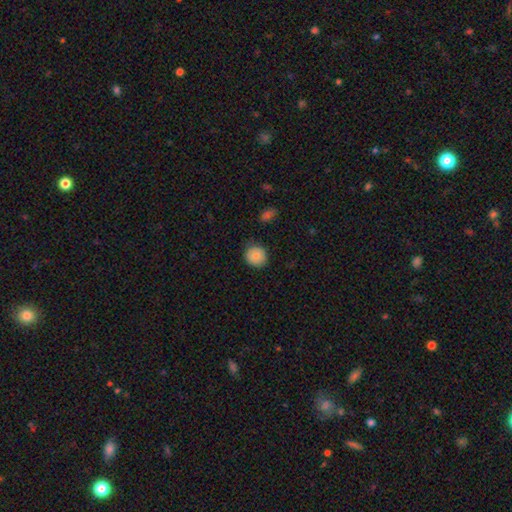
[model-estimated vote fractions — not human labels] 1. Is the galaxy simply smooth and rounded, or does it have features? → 84% smooth, 8% star or artifact, 8% featured or disk.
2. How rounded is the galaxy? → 88% round, 11% in between, 1% cigar-shaped.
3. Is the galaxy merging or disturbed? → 84% none, 12% minor disturbance, 2% major disturbance, 1% merger.